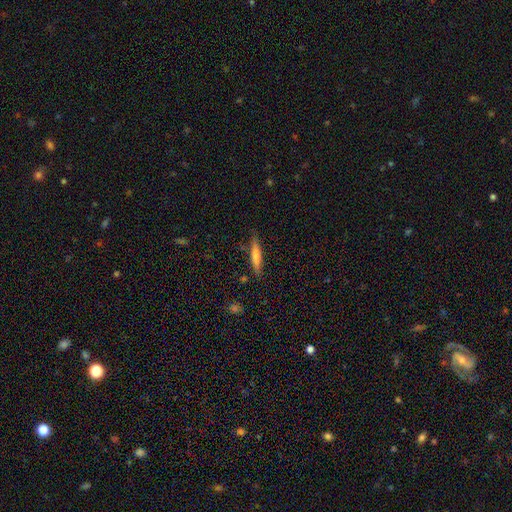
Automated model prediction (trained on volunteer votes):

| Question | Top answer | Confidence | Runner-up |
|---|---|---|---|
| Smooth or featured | smooth | 55% | featured or disk (38%) |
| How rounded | cigar-shaped | 91% | in between (7%) |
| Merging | none | 86% | minor disturbance (11%) |